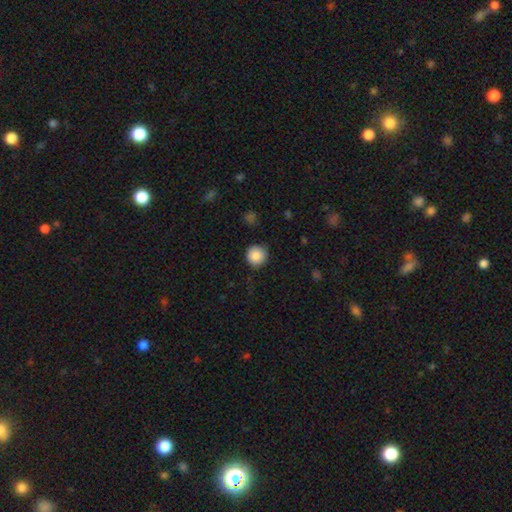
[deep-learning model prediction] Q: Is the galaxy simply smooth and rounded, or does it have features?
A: smooth — 86%.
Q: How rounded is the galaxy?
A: round — 95%.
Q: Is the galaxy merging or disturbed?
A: none — 88%.